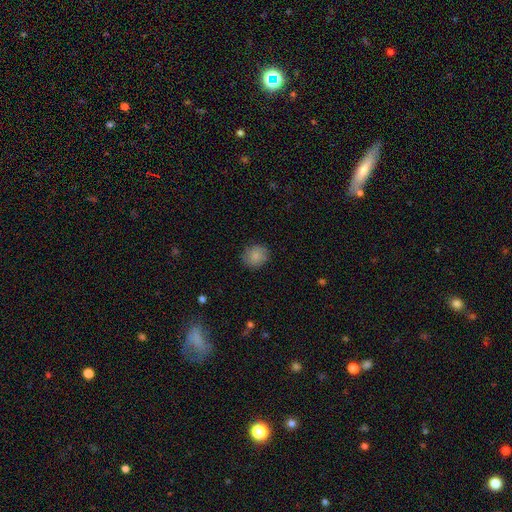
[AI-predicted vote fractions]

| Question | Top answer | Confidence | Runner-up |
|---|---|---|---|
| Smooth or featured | smooth | 85% | star or artifact (8%) |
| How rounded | round | 82% | in between (17%) |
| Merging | none | 82% | minor disturbance (13%) |